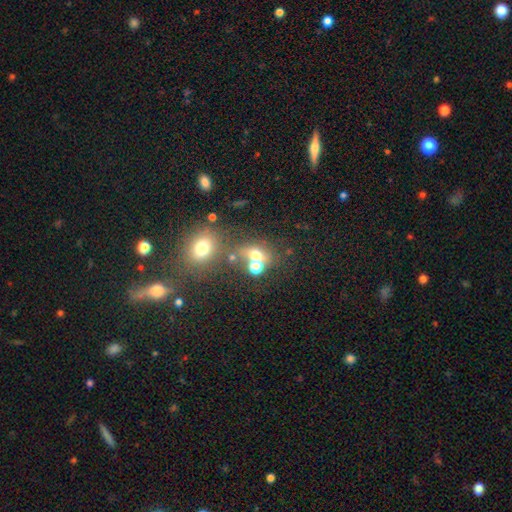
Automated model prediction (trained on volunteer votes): Smooth or featured? smooth (62%)
How rounded? round (60%)
Merging? none (44%)